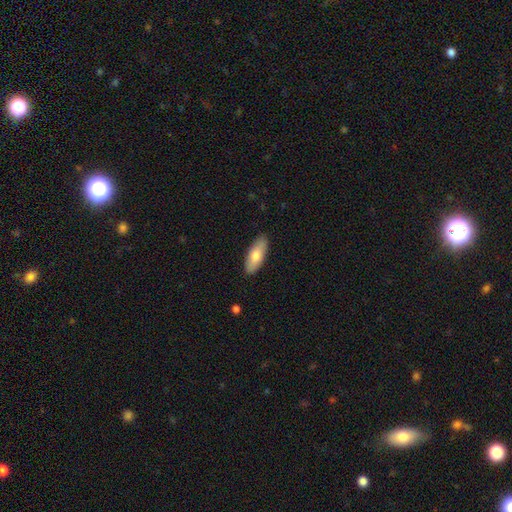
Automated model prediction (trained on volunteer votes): Morphology: type=smooth (75%); roundness=in between (74%); merging=none (88%).